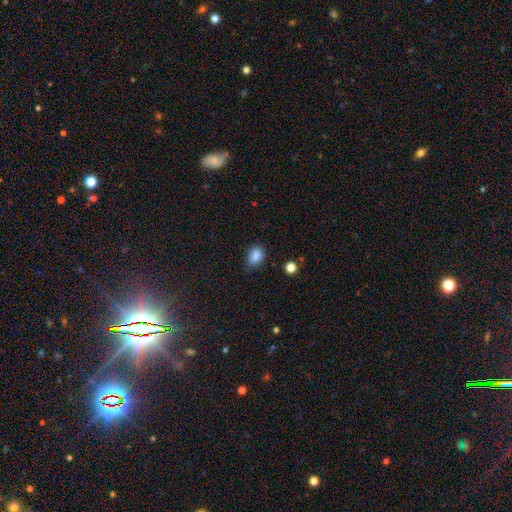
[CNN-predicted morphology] smooth_or_featured: smooth (p=0.86) [alt: star or artifact p=0.10]
how_rounded: in between (p=0.65) [alt: round p=0.34]
merging: none (p=0.77) [alt: minor disturbance p=0.18]